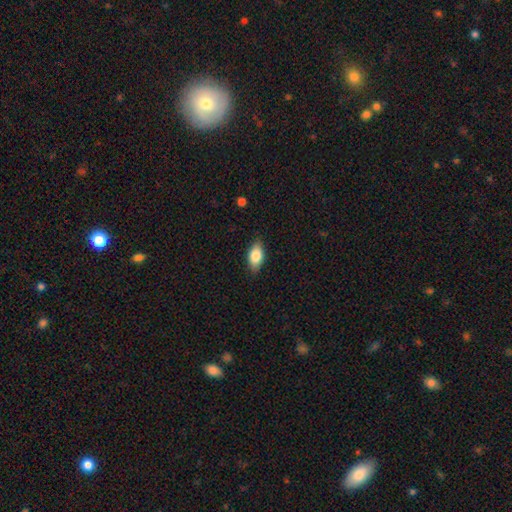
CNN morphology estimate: Smooth or featured?
  - smooth: 81% *
  - featured or disk: 12%
  - star or artifact: 7%
How rounded?
  - in between: 89% *
  - cigar-shaped: 6%
  - round: 5%
Merging?
  - none: 85% *
  - minor disturbance: 12%
  - major disturbance: 2%
  - merger: 1%